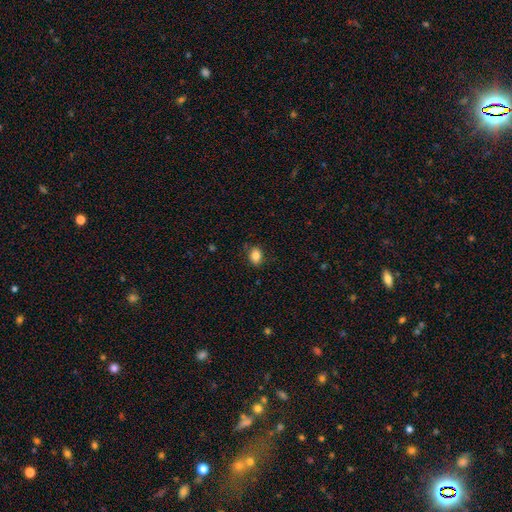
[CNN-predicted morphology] smooth_or_featured: smooth (p=0.84) [alt: star or artifact p=0.09]
how_rounded: in between (p=0.67) [alt: round p=0.31]
merging: none (p=0.82) [alt: minor disturbance p=0.13]